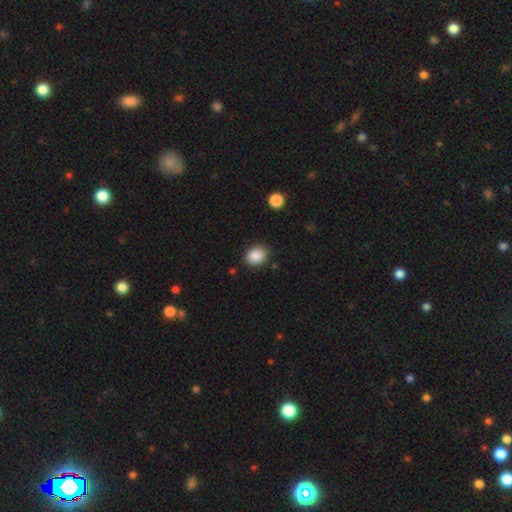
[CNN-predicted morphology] Smooth or featured? smooth (88%)
How rounded? round (54%)
Merging? none (85%)